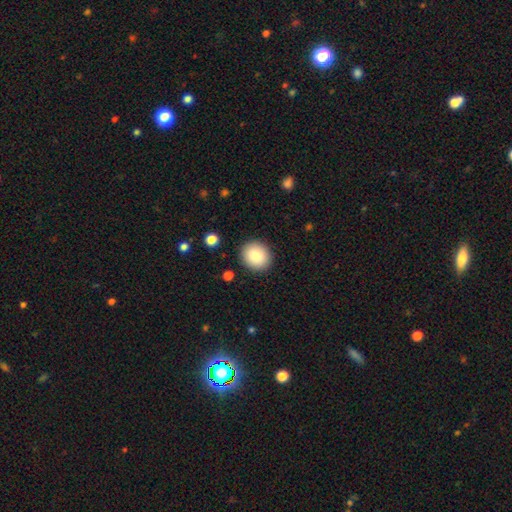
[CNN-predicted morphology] smooth-or-featured: smooth: 87% | star or artifact: 8% | featured or disk: 5%
  how-rounded: round: 76% | in between: 23% | cigar-shaped: 1%
  merging: none: 90% | minor disturbance: 7% | major disturbance: 2% | merger: 1%